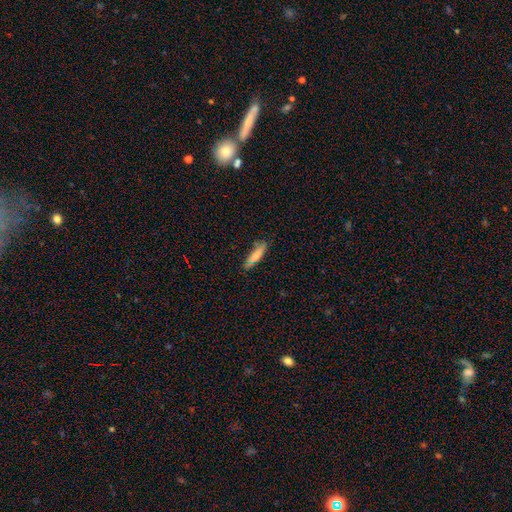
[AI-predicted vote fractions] smooth_or_featured: smooth (p=0.80) [alt: featured or disk p=0.14]
how_rounded: cigar-shaped (p=0.76) [alt: in between p=0.22]
merging: none (p=0.79) [alt: minor disturbance p=0.16]